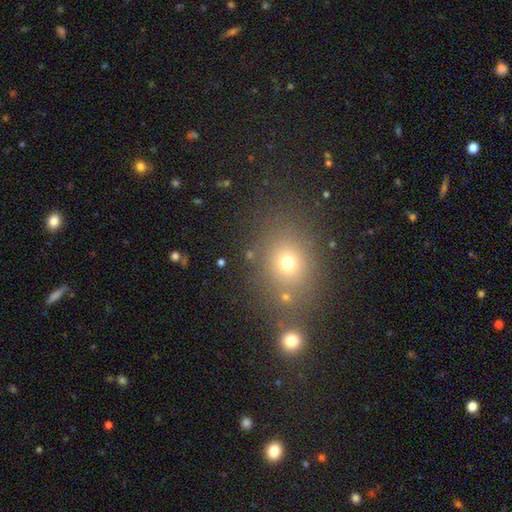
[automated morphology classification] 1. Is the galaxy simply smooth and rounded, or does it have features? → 59% smooth, 29% star or artifact, 11% featured or disk.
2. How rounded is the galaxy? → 56% round, 42% in between, 2% cigar-shaped.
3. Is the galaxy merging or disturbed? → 73% none, 12% merger, 10% minor disturbance, 5% major disturbance.